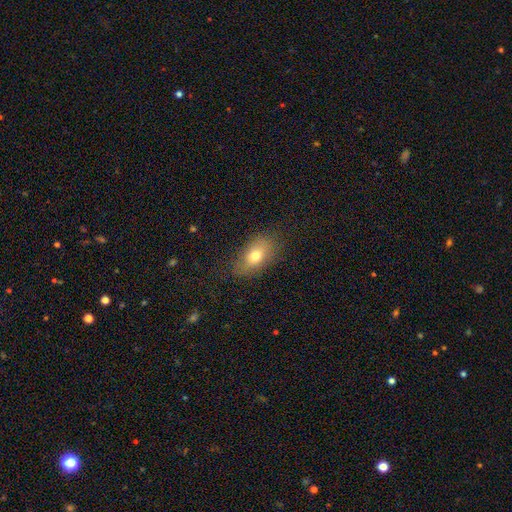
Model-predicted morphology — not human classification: The model was most divided on "smooth or featured": smooth: 72%, featured or disk: 18%, star or artifact: 10%. More confident: how rounded — in between (85%); merging — none (77%).